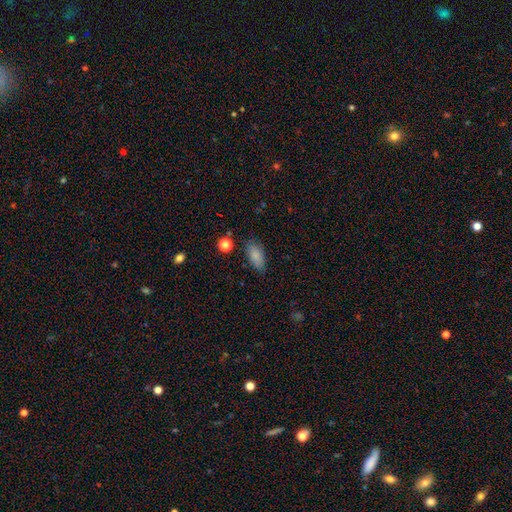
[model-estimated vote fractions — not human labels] smooth 85%, star or artifact 9%, featured or disk 6%. Down the decision tree: how rounded — in between (90%); merging — none (76%).